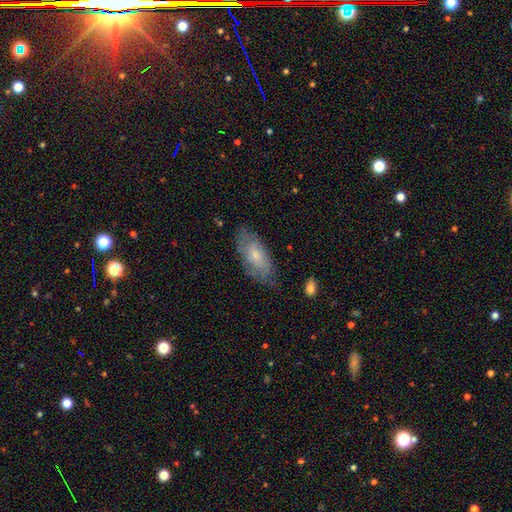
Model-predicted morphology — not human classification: smooth-or-featured: smooth: 51% | featured or disk: 42% | star or artifact: 6%
  how-rounded: in between: 87% | cigar-shaped: 10% | round: 3%
  merging: none: 70% | minor disturbance: 22% | major disturbance: 7% | merger: 1%